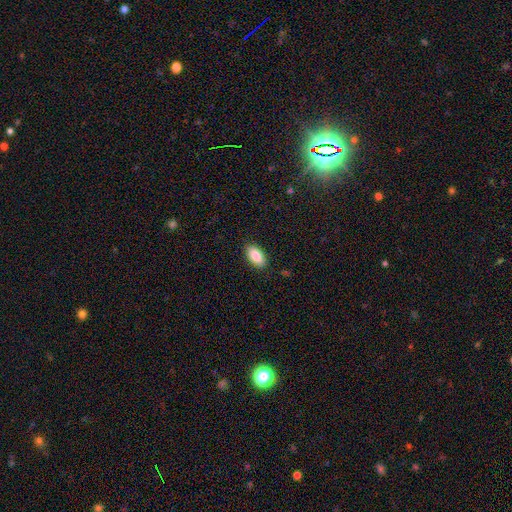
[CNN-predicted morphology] smooth_or_featured: smooth (p=0.87) [alt: star or artifact p=0.07]
how_rounded: in between (p=0.92) [alt: cigar-shaped p=0.05]
merging: none (p=0.88) [alt: minor disturbance p=0.09]